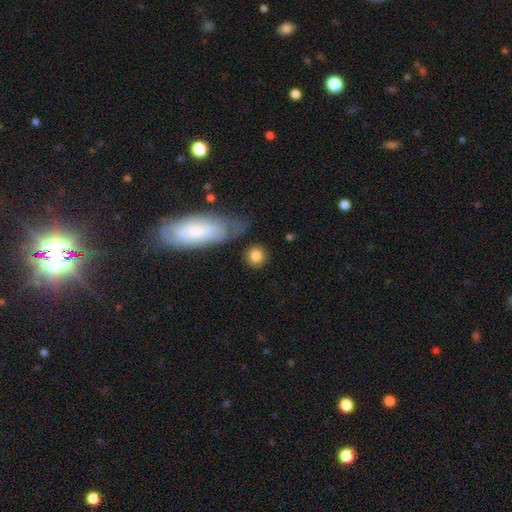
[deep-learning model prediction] Smooth or featured? Predicted: smooth (p=0.84). How rounded? Predicted: round (p=0.85). Merging? Predicted: none (p=0.80).